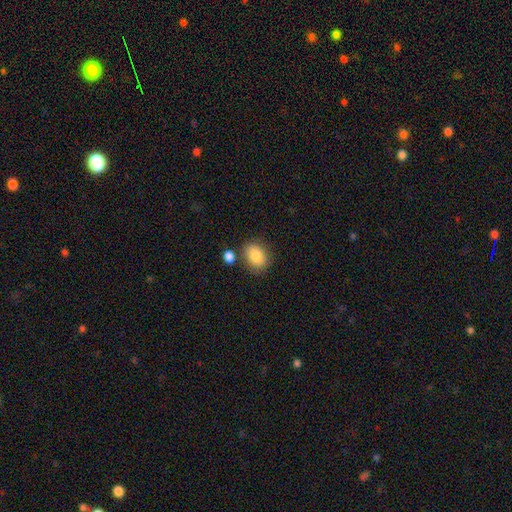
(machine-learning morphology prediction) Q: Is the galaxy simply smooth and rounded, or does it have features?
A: smooth — 85%.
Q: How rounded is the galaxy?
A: in between — 64%.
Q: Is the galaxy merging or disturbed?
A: none — 75%.